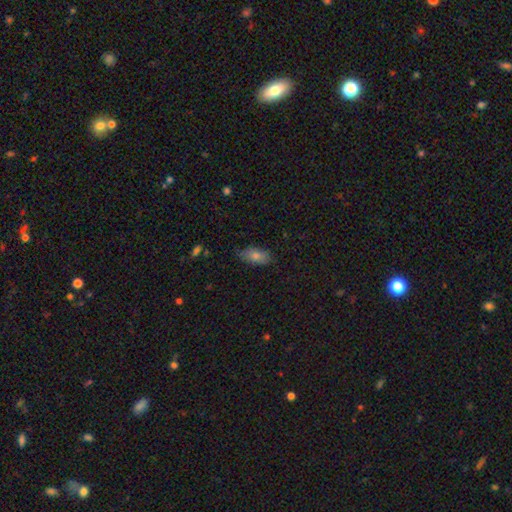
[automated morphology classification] Q: Smooth or featured?
A: smooth (75%); runner-up: featured or disk (15%)
Q: How rounded?
A: in between (87%); runner-up: cigar-shaped (9%)
Q: Merging?
A: none (81%); runner-up: minor disturbance (16%)